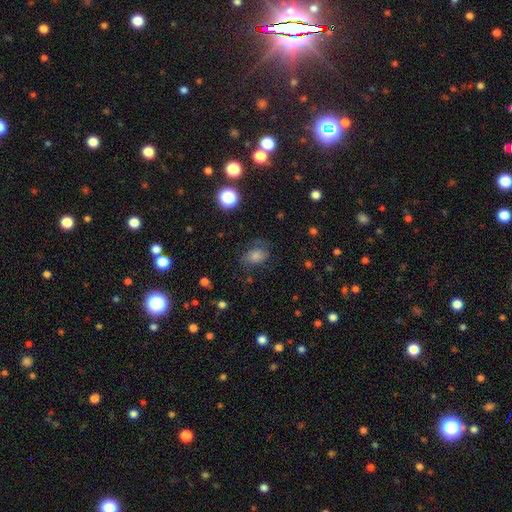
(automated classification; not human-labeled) Smooth or featured? smooth (41%)
Merging? none (65%)